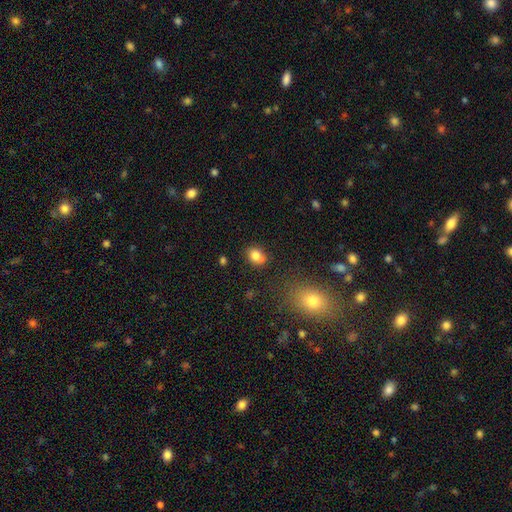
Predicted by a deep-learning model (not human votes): Smooth or featured: smooth — 81% (star or artifact — 11%)
How rounded: in between — 56% (round — 43%)
Merging: none — 73% (minor disturbance — 16%)